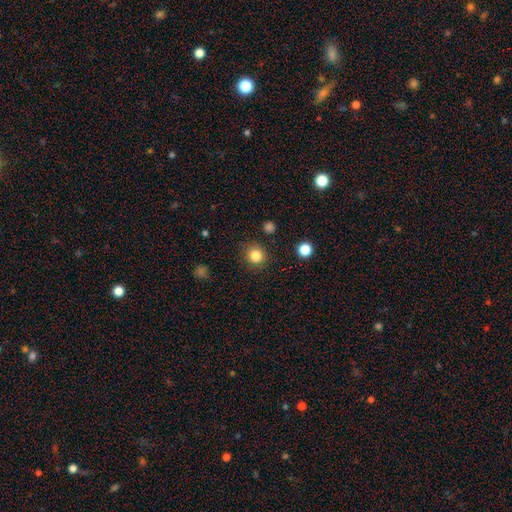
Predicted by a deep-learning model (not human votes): A smooth galaxy with no disk features (84%) that is round (90%).

Vote fractions:
- Smooth or featured? smooth: 84% / star or artifact: 11% / featured or disk: 5%
- How rounded? round: 90% / in between: 9% / cigar-shaped: 1%
- Merging? none: 88% / minor disturbance: 8% / major disturbance: 3% / merger: 2%